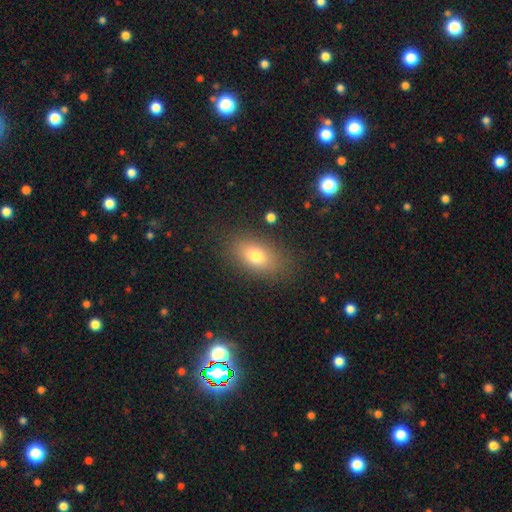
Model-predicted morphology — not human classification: This is likely a smooth galaxy (76%). How rounded: clearly in between (85%). Merging: clearly none (83%).